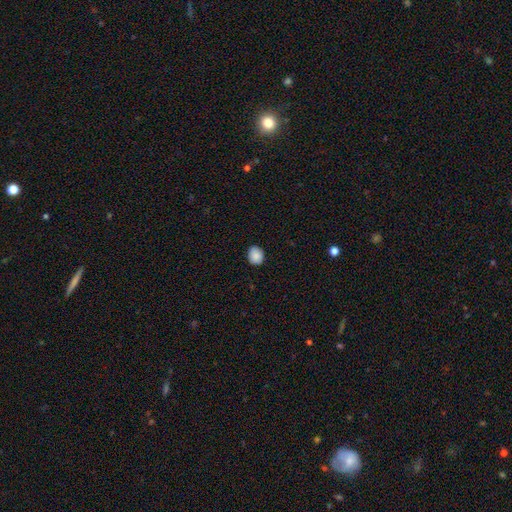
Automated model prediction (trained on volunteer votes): Q: Smooth or featured?
A: smooth (88%); runner-up: star or artifact (8%)
Q: How rounded?
A: round (69%); runner-up: in between (30%)
Q: Merging?
A: none (87%); runner-up: minor disturbance (10%)